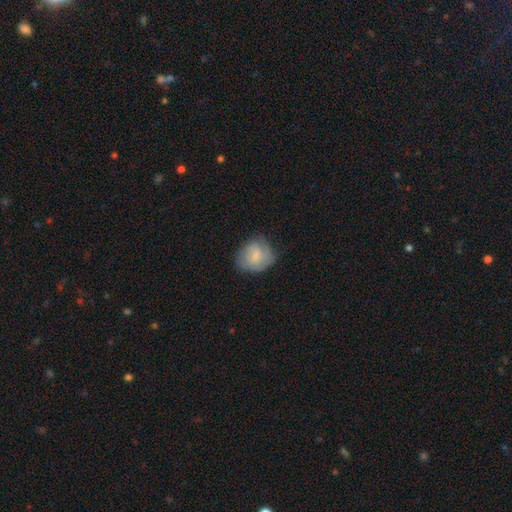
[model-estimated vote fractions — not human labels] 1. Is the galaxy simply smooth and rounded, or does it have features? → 63% smooth, 30% featured or disk, 7% star or artifact.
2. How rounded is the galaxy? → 67% round, 32% in between, 1% cigar-shaped.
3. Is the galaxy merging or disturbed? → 59% none, 29% minor disturbance, 10% major disturbance, 2% merger.